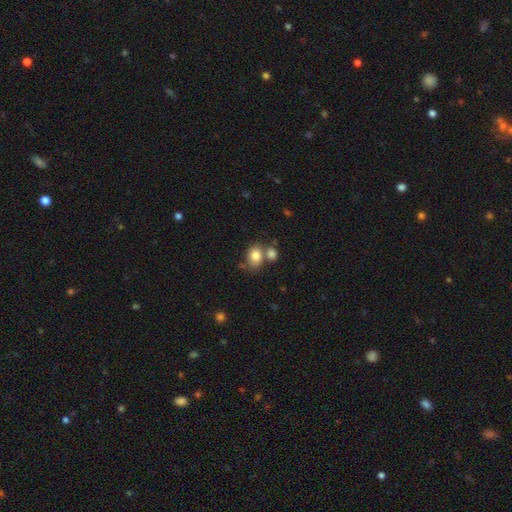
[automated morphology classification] This is clearly a smooth galaxy (81%). How rounded: possibly in between (53%). Merging: possibly none (51%).